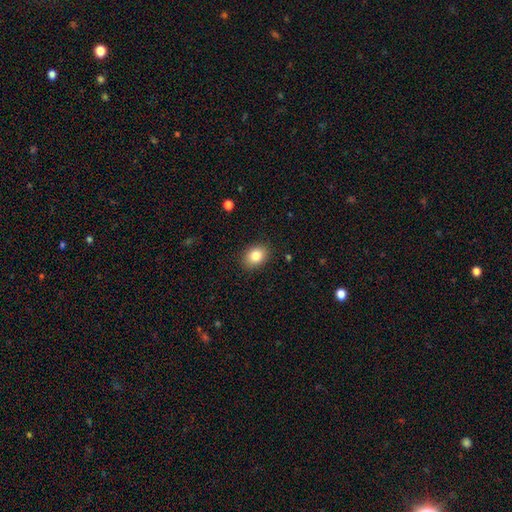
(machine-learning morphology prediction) smooth-or-featured: smooth: 84% | star or artifact: 8% | featured or disk: 7%
  how-rounded: in between: 72% | round: 27% | cigar-shaped: 1%
  merging: none: 88% | minor disturbance: 9% | major disturbance: 2% | merger: 1%